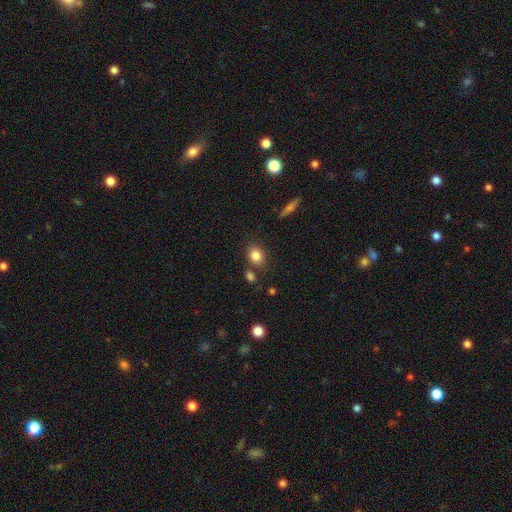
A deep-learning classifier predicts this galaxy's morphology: smooth 83%, star or artifact 10%, featured or disk 7%. Down the decision tree: how rounded — in between (50%); merging — none (73%).